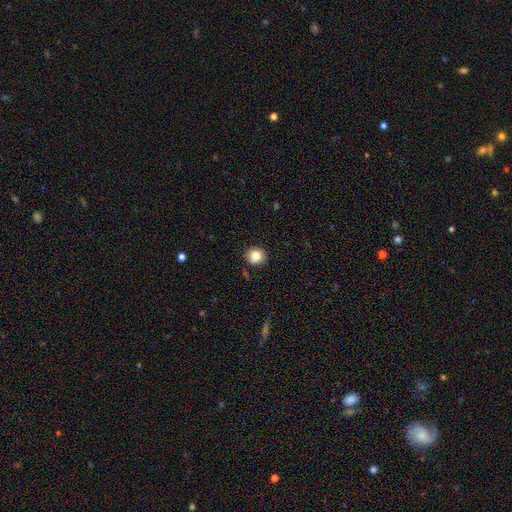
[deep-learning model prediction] smooth_or_featured: smooth (p=0.83) [alt: star or artifact p=0.10]
how_rounded: round (p=0.88) [alt: in between p=0.11]
merging: none (p=0.88) [alt: minor disturbance p=0.09]